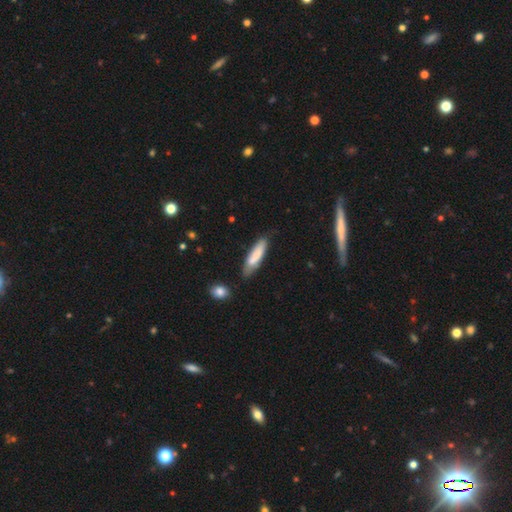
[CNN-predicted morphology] Smooth or featured: smooth — 78% (featured or disk — 16%)
How rounded: cigar-shaped — 72% (in between — 27%)
Merging: none — 70% (minor disturbance — 22%)